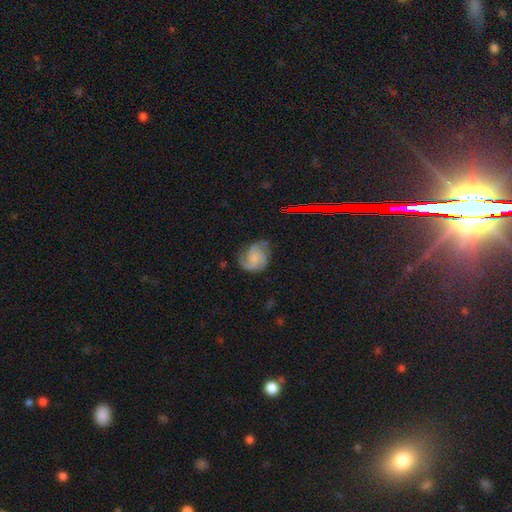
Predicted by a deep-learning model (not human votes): smooth_or_featured: featured or disk (p=0.78) [alt: smooth p=0.15]
disk_edge_on: no (p=0.98) [alt: yes p=0.02]
bar: no (p=0.68) [alt: weak p=0.27]
has_spiral_arms: yes (p=0.96) [alt: no p=0.04]
spiral_winding: medium (p=0.49) [alt: tight p=0.35]
spiral_arm_count: 3 (p=0.55) [alt: 2 p=0.18]
bulge_size: small (p=0.60) [alt: moderate p=0.24]
merging: none (p=0.67) [alt: minor disturbance p=0.22]